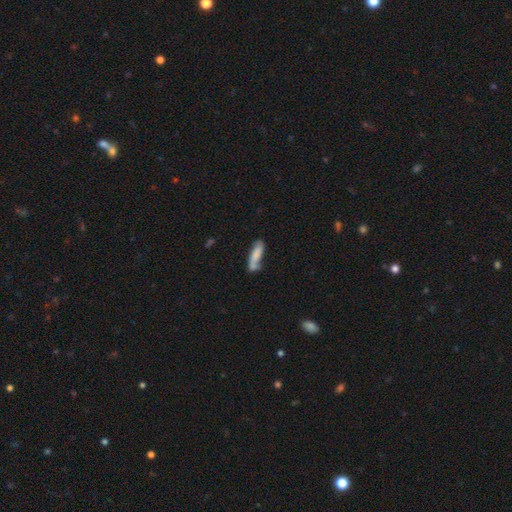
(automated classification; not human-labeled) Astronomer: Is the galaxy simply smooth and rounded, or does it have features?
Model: smooth — 70%.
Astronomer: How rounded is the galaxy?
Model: cigar-shaped — 60% (runner-up: in between, 38%).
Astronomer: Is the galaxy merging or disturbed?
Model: none — 46% (runner-up: minor disturbance, 25%).